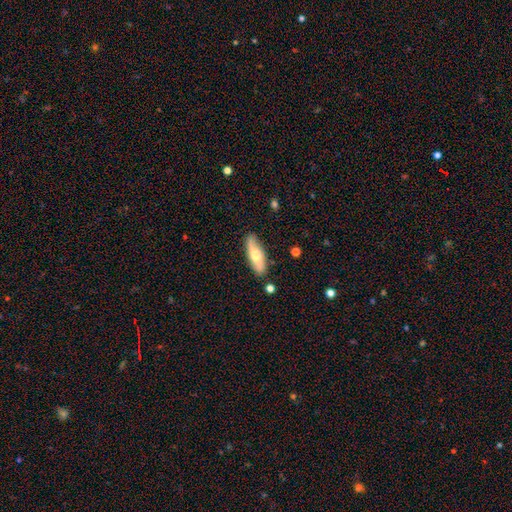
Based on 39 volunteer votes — smooth-or-featured: smooth: 62% | featured or disk: 36% | star or artifact: 3%
  how-rounded: in between: 50% (tied) | cigar-shaped: 50% (tied) | round: 0%
  merging: none: 79% | minor disturbance: 18% | merger: 3% | major disturbance: 0%